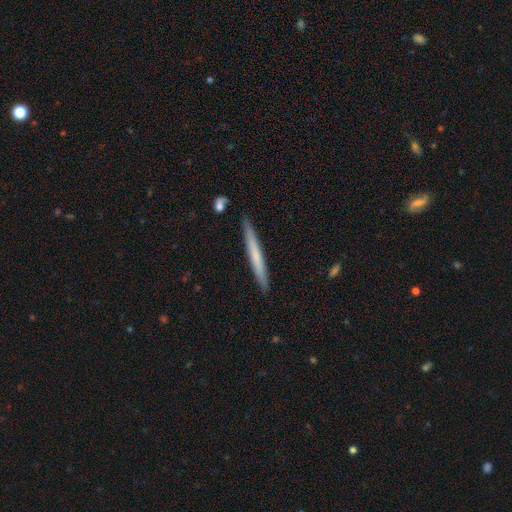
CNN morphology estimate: Smooth or featured: smooth — 58% (featured or disk — 37%)
How rounded: cigar-shaped — 97% (in between — 2%)
Merging: none — 89% (minor disturbance — 8%)